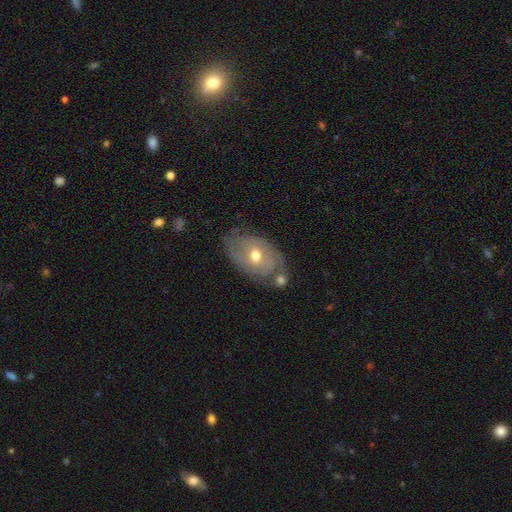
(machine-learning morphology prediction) smooth-or-featured: featured or disk: 69% | smooth: 24% | star or artifact: 7%
  disk-edge-on: no: 94% | yes: 6%
    bar: no: 60% | weak: 33% | strong: 7%
    has-spiral-arms: yes: 81% | no: 19%
      spiral-winding: tight: 57% | medium: 31% | loose: 12%
      spiral-arm-count: 2: 55% | can't tell: 29% | 3: 7% | 1: 5% | 4: 2% | more than 4: 2%
    bulge-size: moderate: 74% | small: 20% | large: 4% | none: 1% | dominant: 1%
  merging: none: 60% | minor disturbance: 22% | merger: 10% | major disturbance: 8%